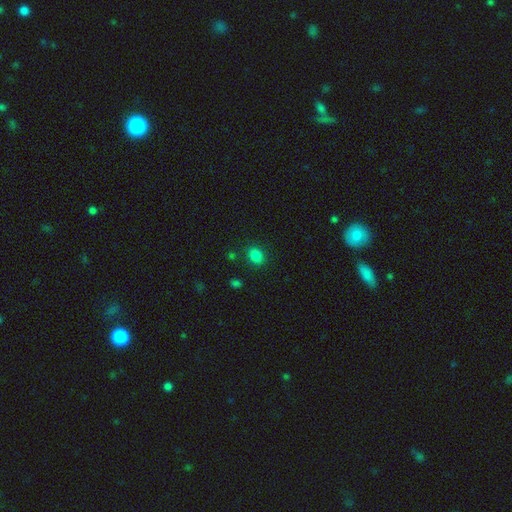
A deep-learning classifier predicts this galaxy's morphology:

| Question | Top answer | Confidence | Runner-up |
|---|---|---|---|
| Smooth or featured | smooth | 83% | star or artifact (12%) |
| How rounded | in between | 60% | round (39%) |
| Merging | none | 85% | minor disturbance (9%) |